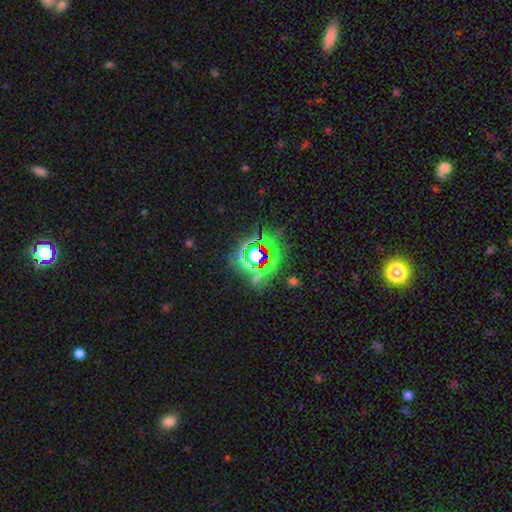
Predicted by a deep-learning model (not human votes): Overall: star or artifact (70%).